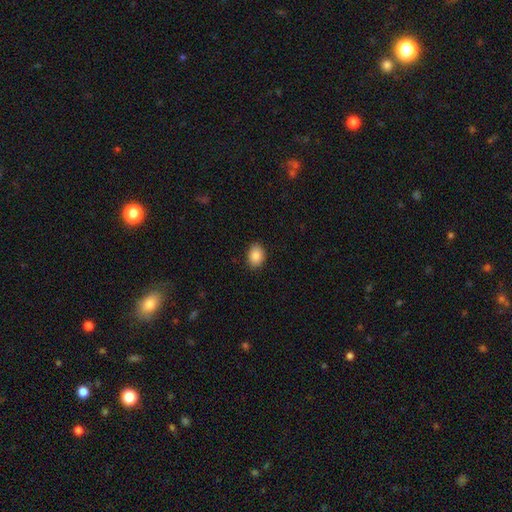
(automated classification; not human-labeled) Smooth or featured: smooth — 87% (star or artifact — 8%)
How rounded: in between — 73% (round — 26%)
Merging: none — 87% (minor disturbance — 10%)